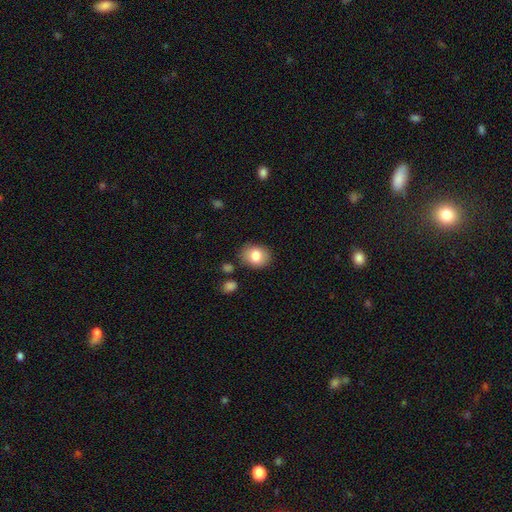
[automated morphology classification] Q: Smooth or featured?
A: smooth (81%); runner-up: featured or disk (11%)
Q: How rounded?
A: in between (55%); runner-up: round (44%)
Q: Merging?
A: none (83%); runner-up: minor disturbance (12%)